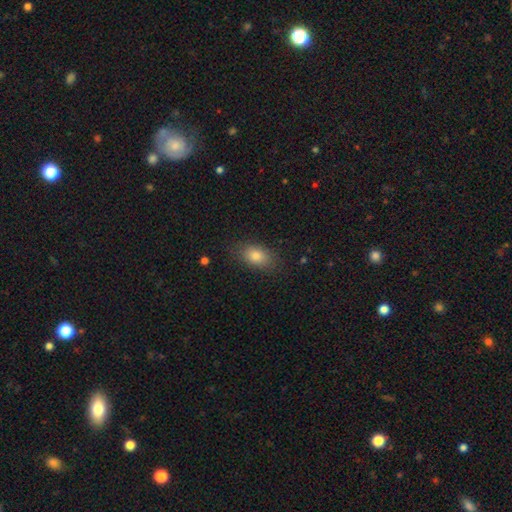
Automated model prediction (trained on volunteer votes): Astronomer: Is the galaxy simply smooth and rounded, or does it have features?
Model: smooth — 80%.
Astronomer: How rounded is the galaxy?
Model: in between — 83%.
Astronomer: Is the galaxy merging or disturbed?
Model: none — 84%.